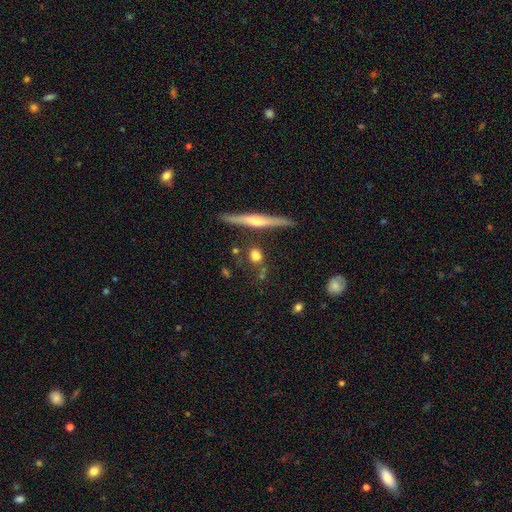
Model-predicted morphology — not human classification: Smooth or featured?
  - smooth: 65% *
  - featured or disk: 24%
  - star or artifact: 11%
How rounded?
  - round: 63% *
  - cigar-shaped: 19%
  - in between: 18%
Merging?
  - none: 74% *
  - minor disturbance: 12%
  - merger: 8%
  - major disturbance: 5%